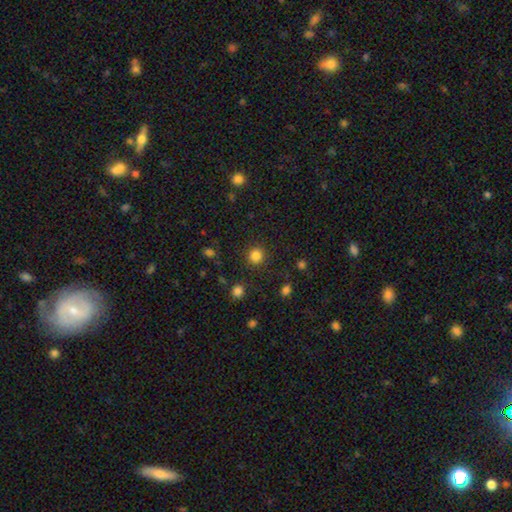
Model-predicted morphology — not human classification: smooth-or-featured: smooth: 84% | star or artifact: 12% | featured or disk: 4%
  how-rounded: round: 92% | in between: 7% | cigar-shaped: 1%
  merging: none: 90% | minor disturbance: 6% | major disturbance: 3% | merger: 1%